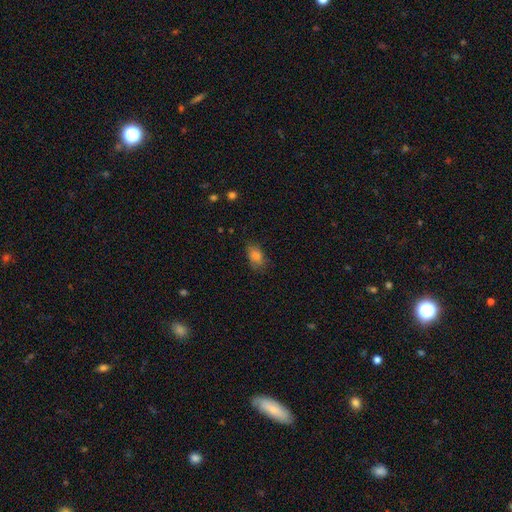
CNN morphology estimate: A smooth galaxy with no disk features (79%) that is in between round and cigar-shaped (87%). Merging: none (76%).